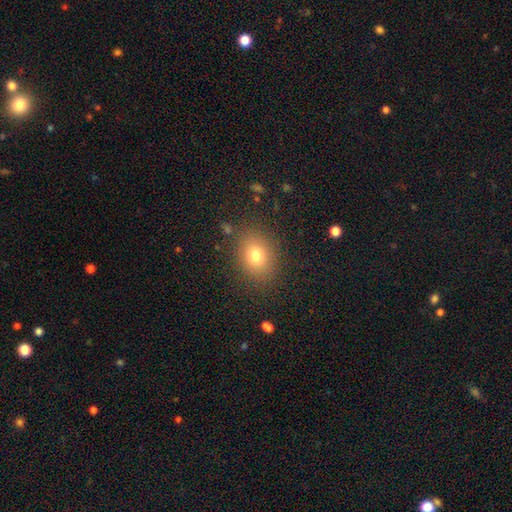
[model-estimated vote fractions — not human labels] The model was most divided on "how rounded": in between: 52%, round: 47%, cigar-shaped: 1%. More confident: merging — none (85%); smooth or featured — smooth (76%).